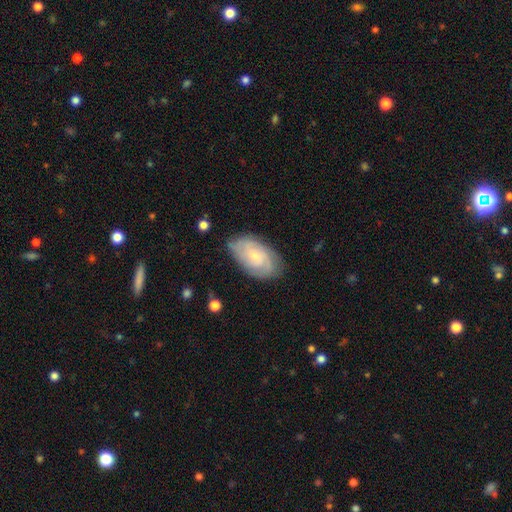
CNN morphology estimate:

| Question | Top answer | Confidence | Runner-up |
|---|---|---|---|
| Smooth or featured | featured or disk | 65% | smooth (29%) |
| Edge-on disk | no | 96% | yes (4%) |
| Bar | no | 66% | weak (29%) |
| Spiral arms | yes | 89% | no (11%) |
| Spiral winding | tight | 57% | medium (33%) |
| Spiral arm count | can't tell | 40% | 2 (31%) |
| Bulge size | small | 67% | moderate (27%) |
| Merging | none | 73% | minor disturbance (21%) |